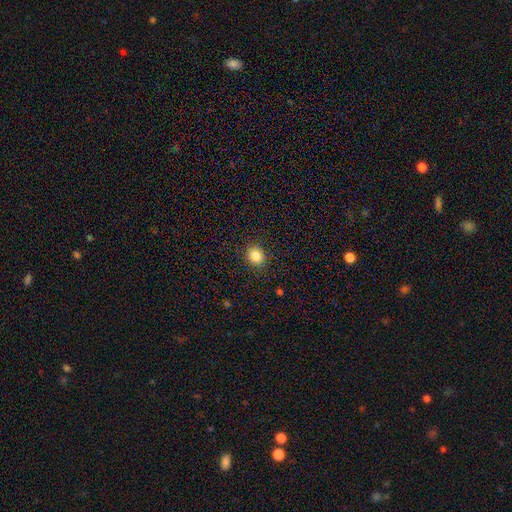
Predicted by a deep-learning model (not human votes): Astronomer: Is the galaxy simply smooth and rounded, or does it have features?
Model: smooth — 84%.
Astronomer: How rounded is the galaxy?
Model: round — 73%.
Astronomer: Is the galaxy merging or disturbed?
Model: none — 90%.